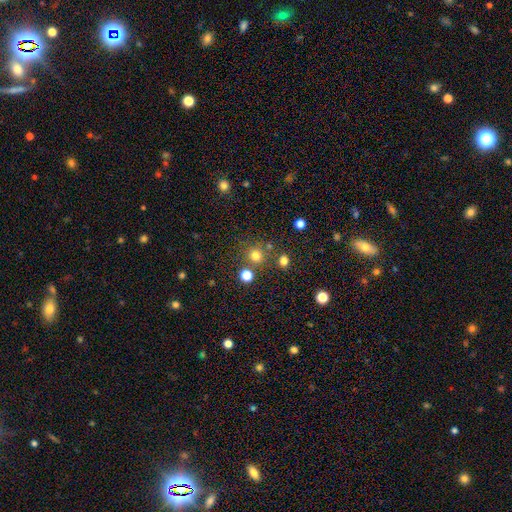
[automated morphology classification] Smooth or featured? Predicted: smooth (p=0.75). How rounded? Predicted: round (p=0.91). Merging? Predicted: none (p=0.75).